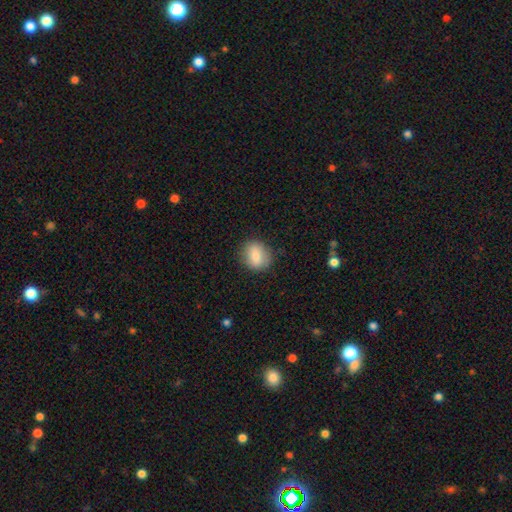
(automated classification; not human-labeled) This is clearly a smooth galaxy (80%). How rounded: likely round (69%). Merging: clearly none (84%).